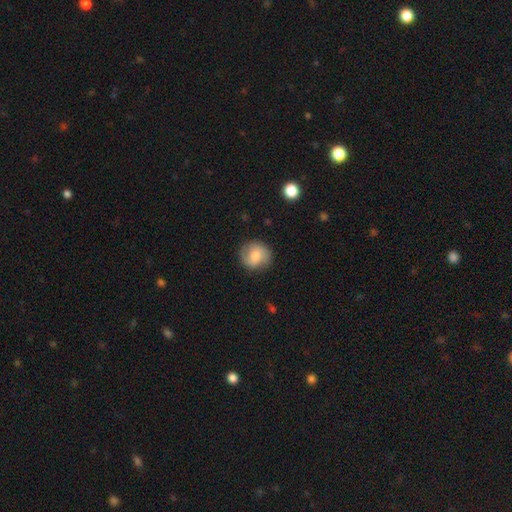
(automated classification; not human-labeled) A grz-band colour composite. It shows a smooth galaxy with no disk features (51%) that is round (85%). Merging: none (82%).